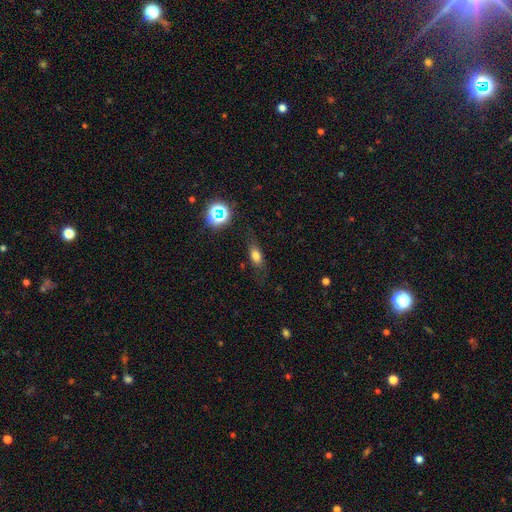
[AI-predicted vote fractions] smooth_or_featured: smooth (p=0.70) [alt: featured or disk p=0.15]
how_rounded: in between (p=0.71) [alt: cigar-shaped p=0.18]
merging: none (p=0.73) [alt: minor disturbance p=0.18]